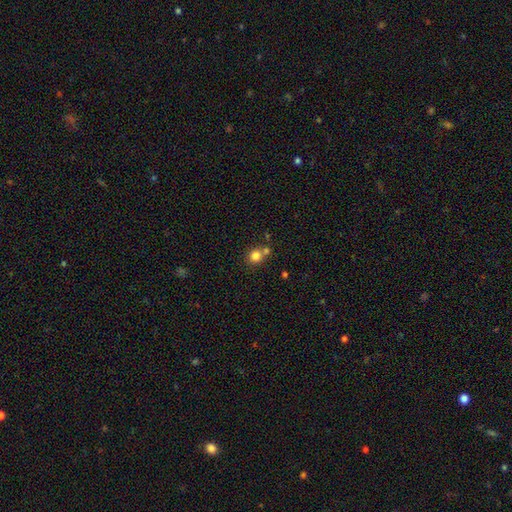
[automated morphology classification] A smooth galaxy with no disk features (81%) that is round (87%).

Vote fractions:
- Smooth or featured? smooth: 81% / star or artifact: 12% / featured or disk: 7%
- How rounded? round: 87% / in between: 12% / cigar-shaped: 1%
- Merging? none: 57% / merger: 31% / minor disturbance: 8% / major disturbance: 3%